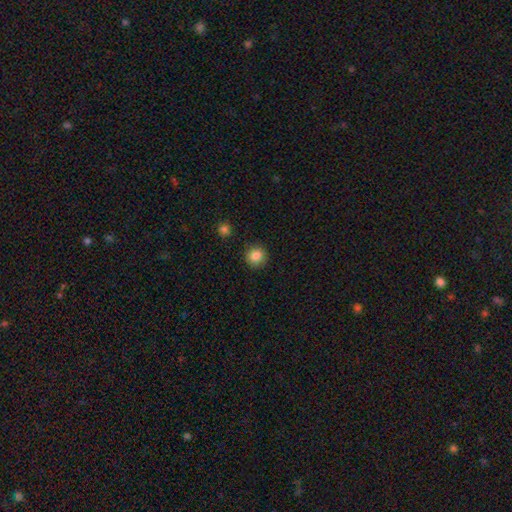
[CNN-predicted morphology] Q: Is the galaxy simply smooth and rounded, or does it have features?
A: smooth — 85%.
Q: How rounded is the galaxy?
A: round — 91%.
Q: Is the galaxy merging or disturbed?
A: none — 89%.